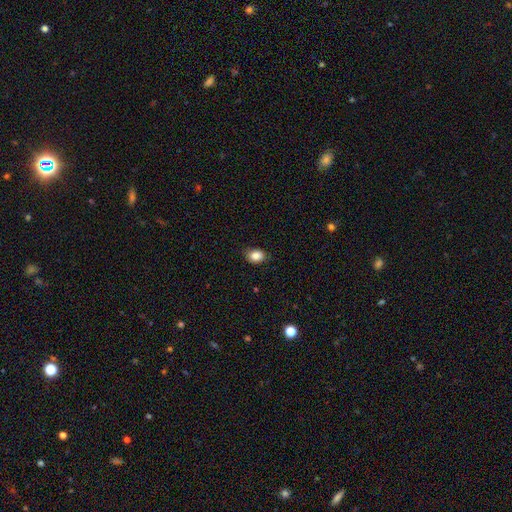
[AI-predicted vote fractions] Overall: smooth (84%). How rounded: in between (66%; round 33%). Merging: none (81%).